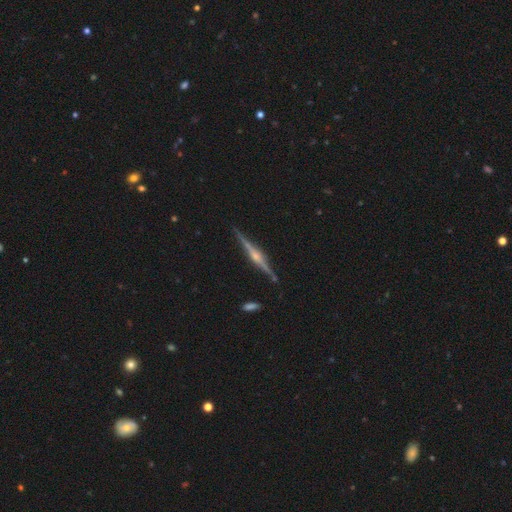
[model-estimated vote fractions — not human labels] Q: Smooth or featured?
A: featured or disk (85%); runner-up: smooth (9%)
Q: Edge-on disk?
A: yes (98%); runner-up: no (2%)
Q: Edge-on bulge?
A: rounded (83%); runner-up: boxy (12%)
Q: Merging?
A: none (88%); runner-up: minor disturbance (8%)